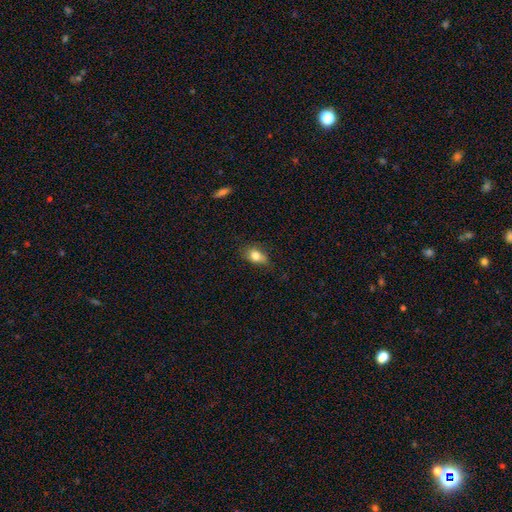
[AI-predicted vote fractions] Morphology: type=smooth (80%); roundness=in between (79%); merging=none (69%).